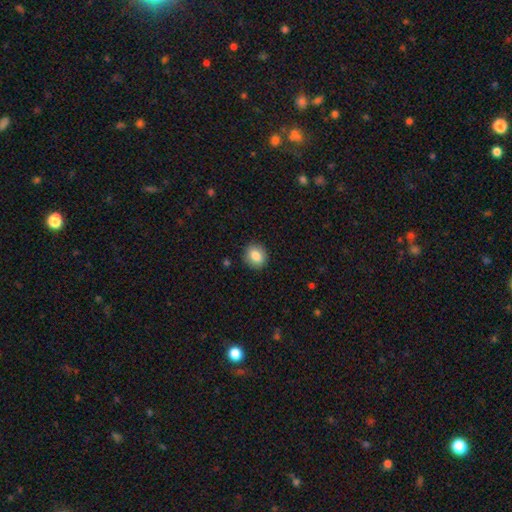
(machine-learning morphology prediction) This is clearly a smooth galaxy (84%). How rounded: likely round (68%). Merging: clearly none (88%).